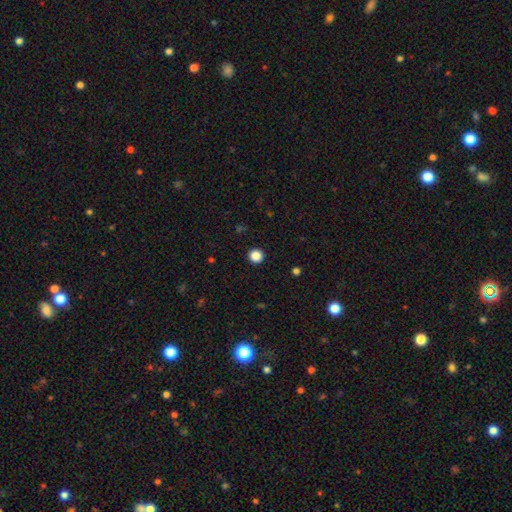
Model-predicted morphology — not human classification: A smooth galaxy with no disk features (86%) that is round (95%).

Vote fractions:
- Smooth or featured? smooth: 86% / star or artifact: 11% / featured or disk: 3%
- How rounded? round: 95% / in between: 4% / cigar-shaped: 1%
- Merging? none: 94% / minor disturbance: 4% / major disturbance: 2% / merger: 1%